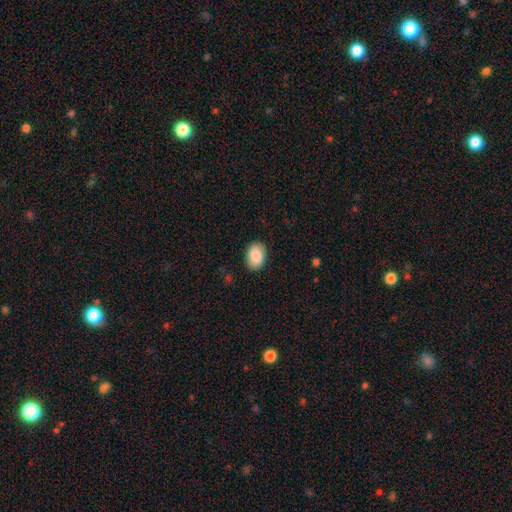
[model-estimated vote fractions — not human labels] Smooth or featured?
  - smooth: 88% *
  - star or artifact: 6%
  - featured or disk: 5%
How rounded?
  - in between: 80% *
  - round: 19%
  - cigar-shaped: 1%
Merging?
  - none: 86% *
  - minor disturbance: 10%
  - major disturbance: 2%
  - merger: 1%